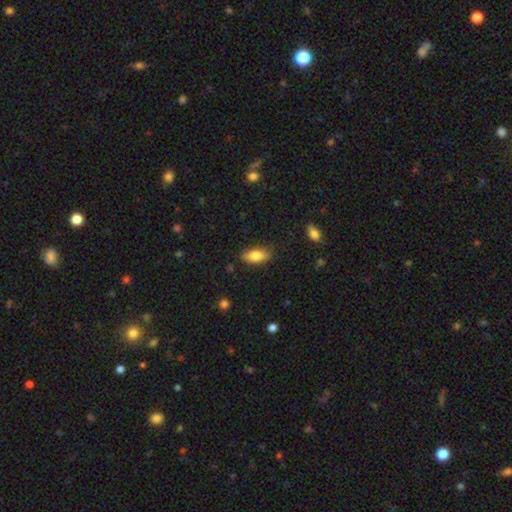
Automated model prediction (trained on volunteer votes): Morphology: type=smooth (80%); roundness=in between (85%); merging=none (80%).